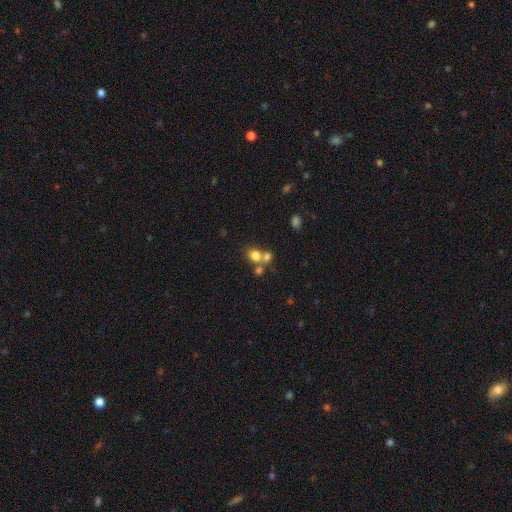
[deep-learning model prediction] Smooth or featured?
  - smooth: 75% *
  - star or artifact: 13%
  - featured or disk: 12%
How rounded?
  - round: 65% *
  - in between: 34%
  - cigar-shaped: 1%
Merging?
  - merger: 49% *
  - none: 40%
  - minor disturbance: 7%
  - major disturbance: 4%